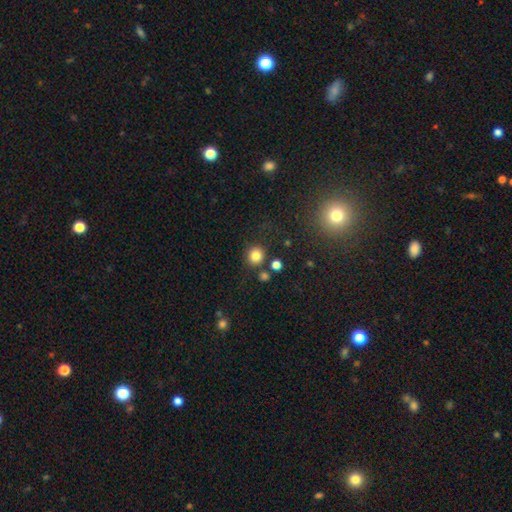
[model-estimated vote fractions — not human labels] The model was most divided on "smooth or featured": smooth: 82%, star or artifact: 13%, featured or disk: 5%. More confident: how rounded — round (90%); merging — none (80%).